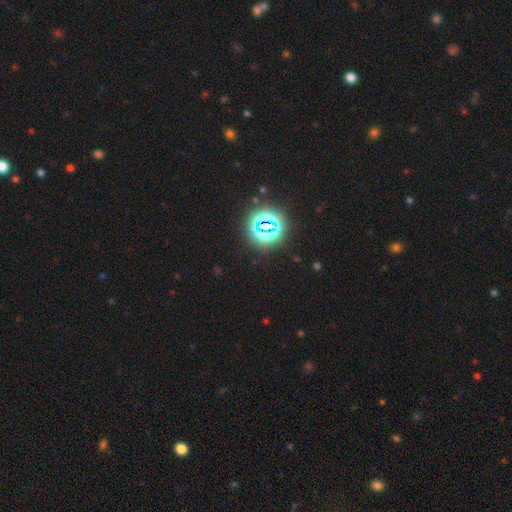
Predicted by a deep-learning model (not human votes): Q: Smooth or featured?
A: star or artifact (78%); runner-up: smooth (16%)